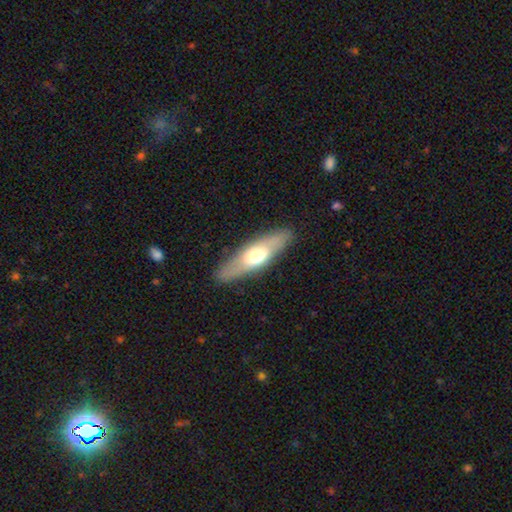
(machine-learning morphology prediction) Overall: smooth (53%; featured or disk 41%). How rounded: cigar-shaped (52%; in between 45%). Merging: none (86%).